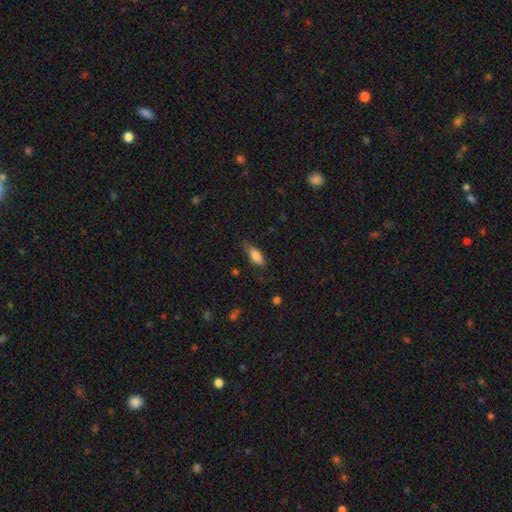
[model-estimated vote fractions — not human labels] Overall: smooth (83%). How rounded: in between (80%). Merging: none (61%; minor disturbance 29%).